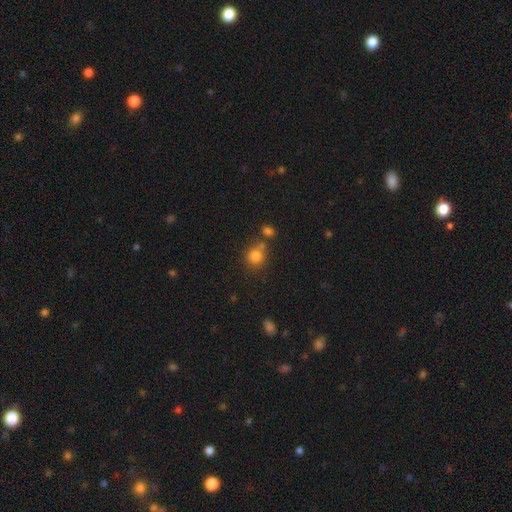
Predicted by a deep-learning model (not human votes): This appears to be a smooth galaxy with no disk features (81%) that is round (83%). Merging: none (62%).